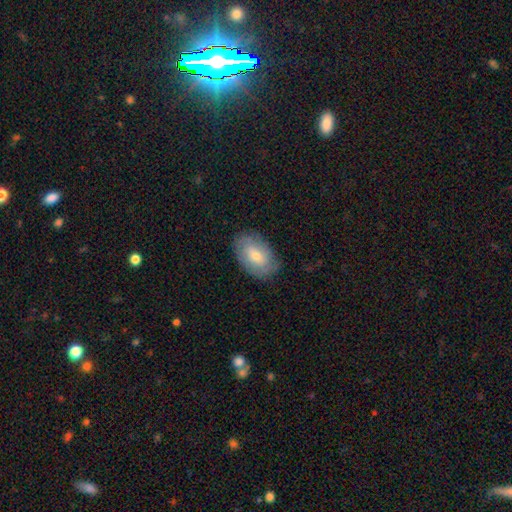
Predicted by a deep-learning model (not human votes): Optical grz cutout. It shows a smooth galaxy with no disk features (62%) that is in between round and cigar-shaped (91%). Merging: none (80%).